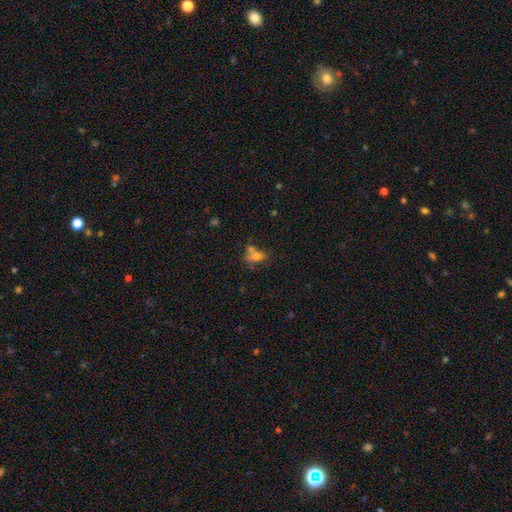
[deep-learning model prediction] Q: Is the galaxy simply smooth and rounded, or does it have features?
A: smooth — 66%.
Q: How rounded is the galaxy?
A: in between — 70%.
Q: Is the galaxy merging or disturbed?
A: merger — 40%.